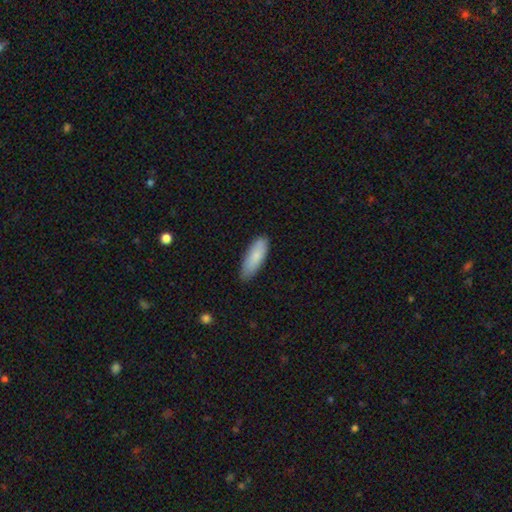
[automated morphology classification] type=smooth (84%); roundness=in between (66%); merging=none (81%).